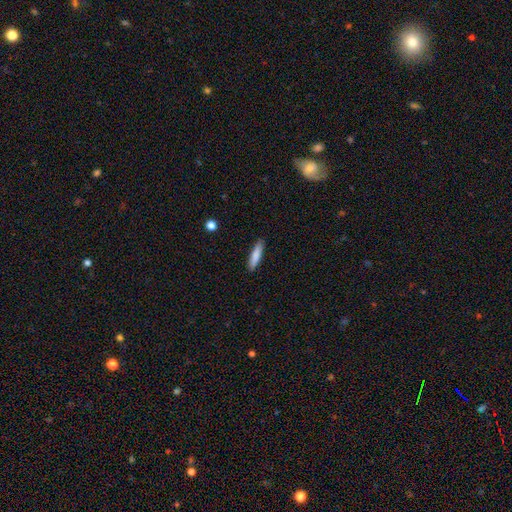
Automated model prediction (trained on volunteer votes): The model was most divided on "how rounded": cigar-shaped: 84%, in between: 15%, round: 1%. More confident: merging — none (89%); smooth or featured — smooth (83%).